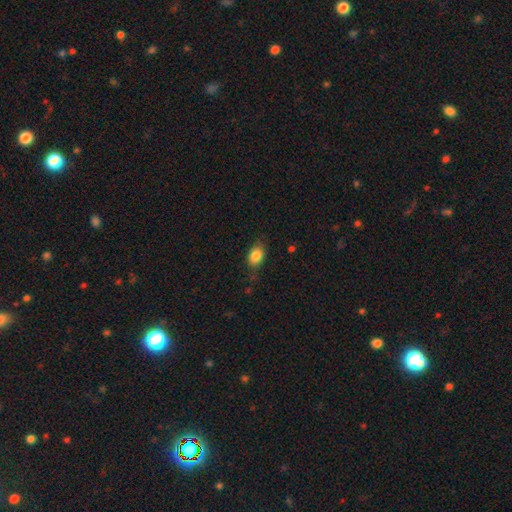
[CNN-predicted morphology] This appears to be a smooth galaxy with no disk features (85%) that is in between round and cigar-shaped (75%). Merging: none (77%).